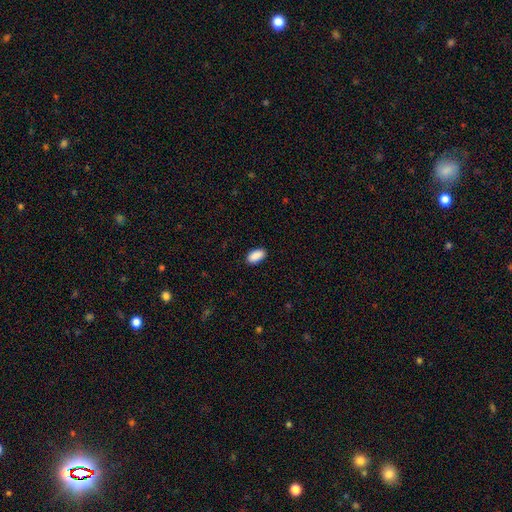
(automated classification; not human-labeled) Smooth or featured? smooth (91%)
How rounded? in between (94%)
Merging? none (89%)